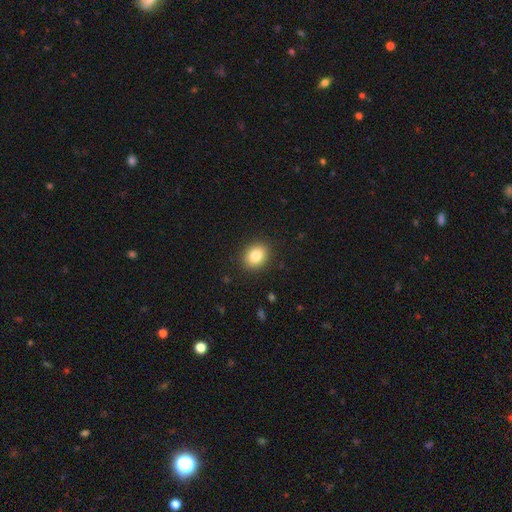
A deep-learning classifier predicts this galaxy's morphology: A smooth galaxy with no disk features (84%) that is round (59%).

Vote fractions:
- Smooth or featured? smooth: 84% / star or artifact: 9% / featured or disk: 7%
- How rounded? round: 59% / in between: 40% / cigar-shaped: 1%
- Merging? none: 90% / minor disturbance: 7% / major disturbance: 2% / merger: 1%